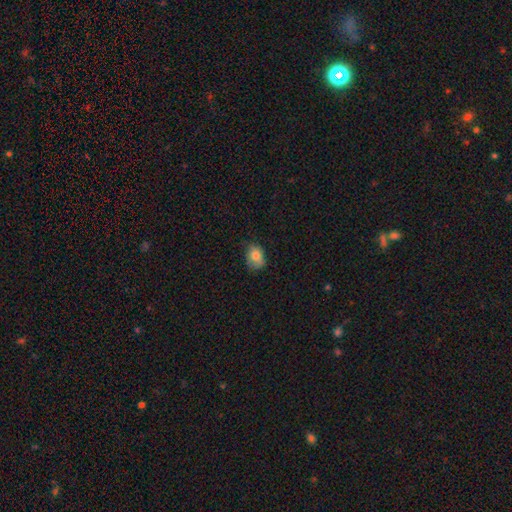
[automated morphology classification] type=smooth (81%); roundness=in between (63%); merging=none (59%).